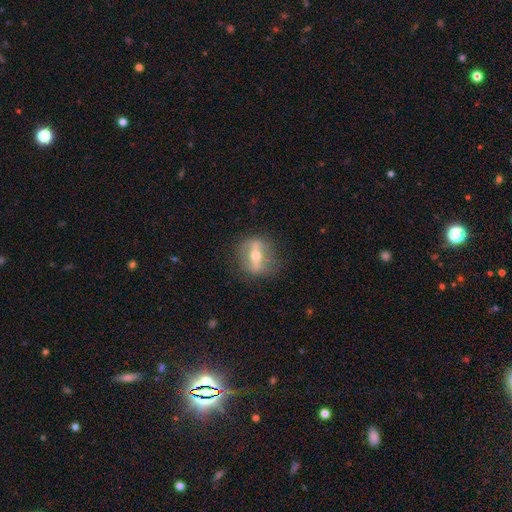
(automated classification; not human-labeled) Morphology: type=featured or disk (75%); edge-on=no (57%); merging=none (80%).